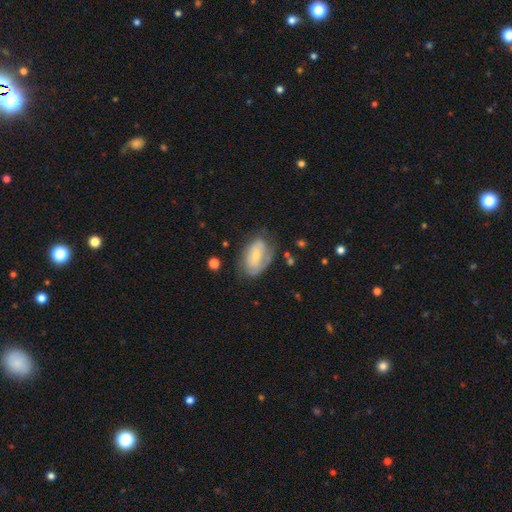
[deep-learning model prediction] Smooth or featured? Predicted: smooth (p=0.48). Merging? Predicted: none (p=0.55).